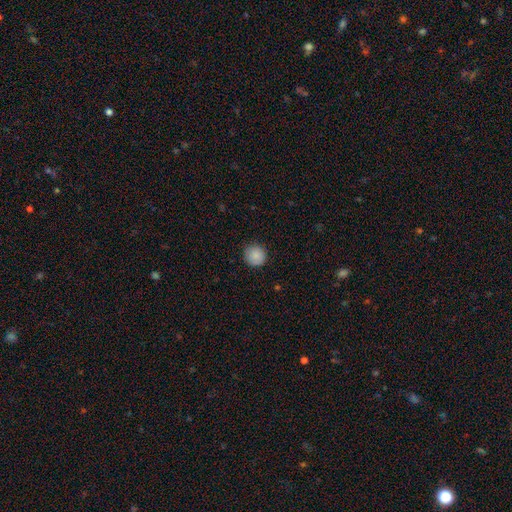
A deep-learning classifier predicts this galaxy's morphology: Q: Smooth or featured?
A: smooth (87%); runner-up: star or artifact (8%)
Q: How rounded?
A: round (94%); runner-up: in between (6%)
Q: Merging?
A: none (89%); runner-up: minor disturbance (8%)